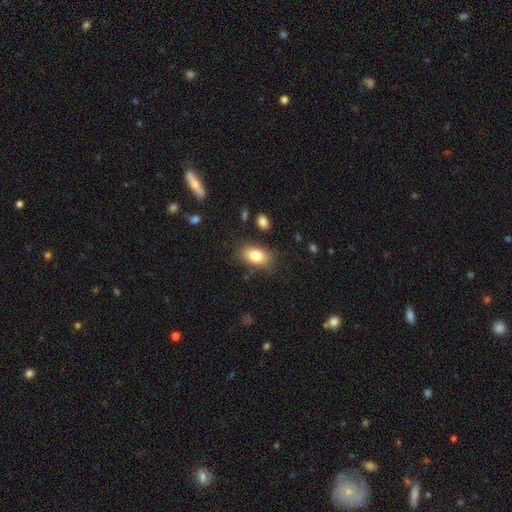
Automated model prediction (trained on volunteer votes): This appears to be a smooth galaxy with no disk features (81%) that is in between round and cigar-shaped (89%). Merging: none (81%).